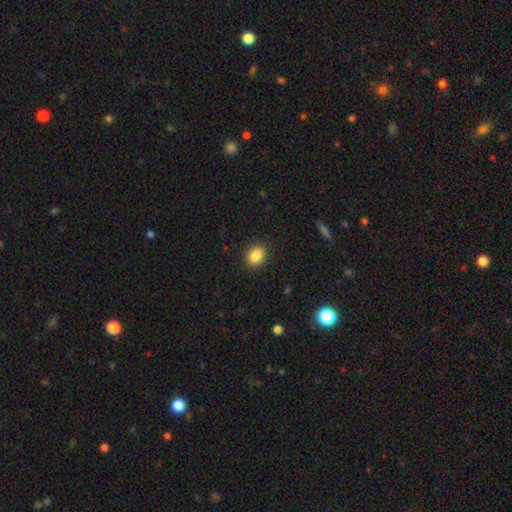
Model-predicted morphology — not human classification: smooth-or-featured: smooth: 86% | star or artifact: 9% | featured or disk: 5%
  how-rounded: in between: 55% | round: 43% | cigar-shaped: 1%
  merging: none: 89% | minor disturbance: 8% | major disturbance: 2% | merger: 1%